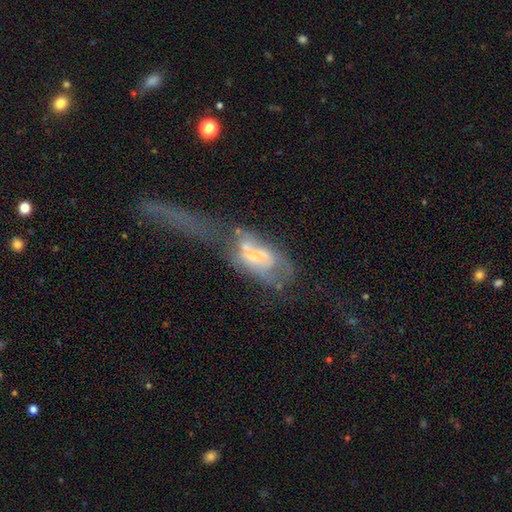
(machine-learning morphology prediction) smooth_or_featured: featured or disk (p=0.55) [alt: smooth p=0.35]
disk_edge_on: no (p=0.90) [alt: yes p=0.10]
merging: major disturbance (p=0.43) [alt: merger p=0.26]